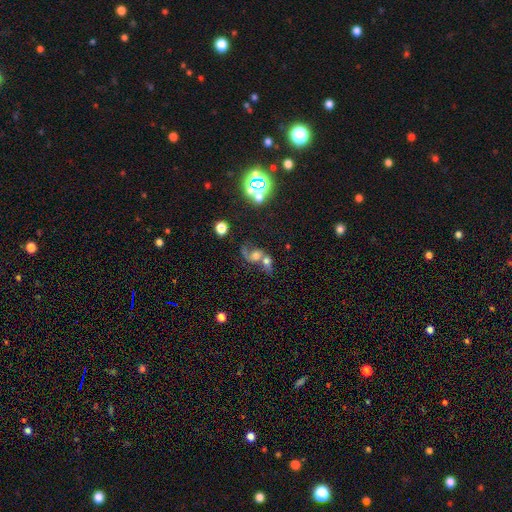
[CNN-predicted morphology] Overall: featured or disk (49%; star or artifact 26%). Merging: merger (57%; none 23%).